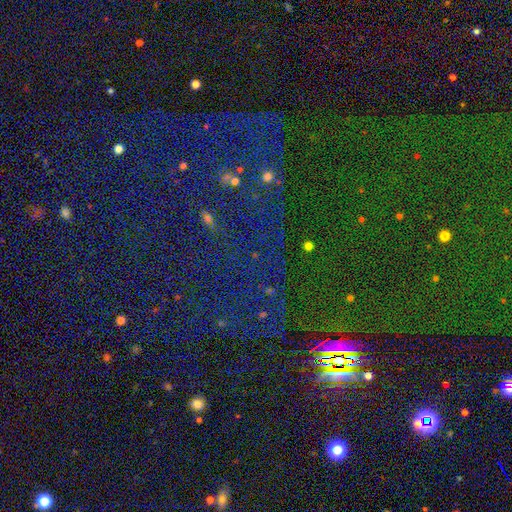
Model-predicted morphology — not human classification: The model was most divided on "smooth or featured": star or artifact: 82%, smooth: 11%, featured or disk: 7%.